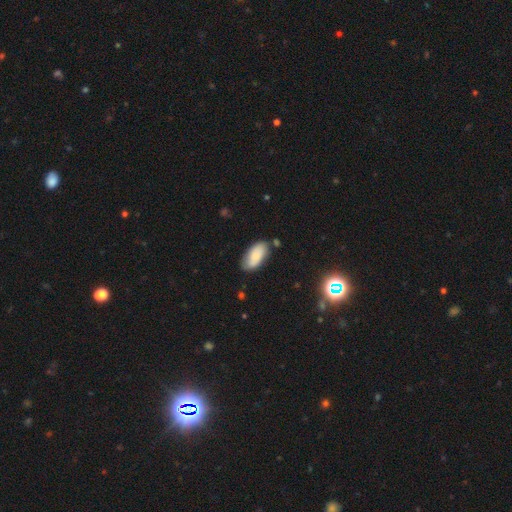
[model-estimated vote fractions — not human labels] smooth 76%, featured or disk 16%, star or artifact 7%. Down the decision tree: how rounded — in between (92%); merging — none (73%).